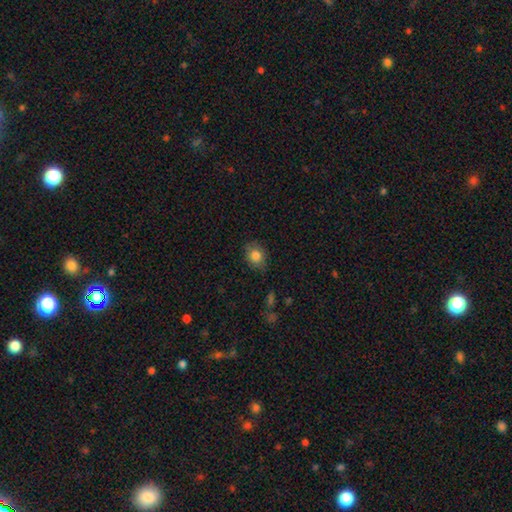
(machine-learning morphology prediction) smooth 82%, star or artifact 10%, featured or disk 8%. Down the decision tree: how rounded — round (50%); merging — none (82%).